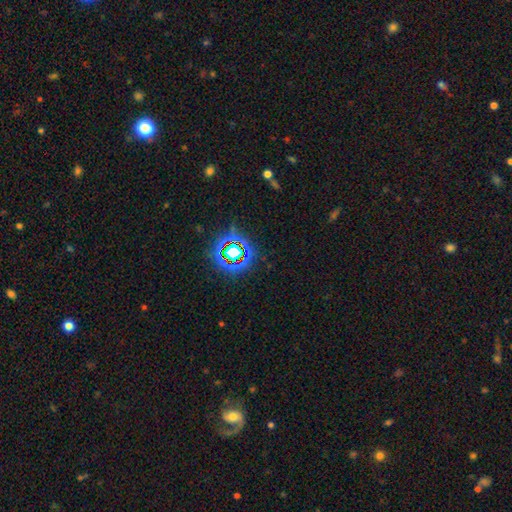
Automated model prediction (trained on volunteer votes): A star or artifact, not a galaxy (60%).